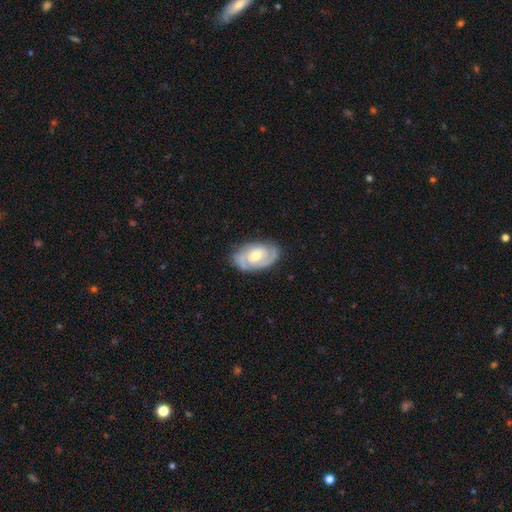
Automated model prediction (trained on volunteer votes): featured or disk 78%, smooth 17%, star or artifact 5%. Down the decision tree: edge-on disk — no (96%); bar — no (61%); spiral arms — yes (92%); spiral arm count — 2 (61%); spiral winding — tight (57%); bulge size — moderate (58%); merging — none (79%).